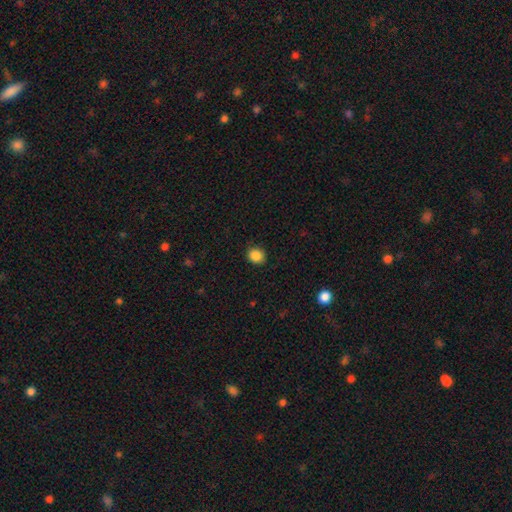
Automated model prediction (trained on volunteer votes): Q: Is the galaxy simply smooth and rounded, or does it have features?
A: smooth — 87%.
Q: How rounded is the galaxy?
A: round — 73%.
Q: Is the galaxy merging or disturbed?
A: none — 88%.